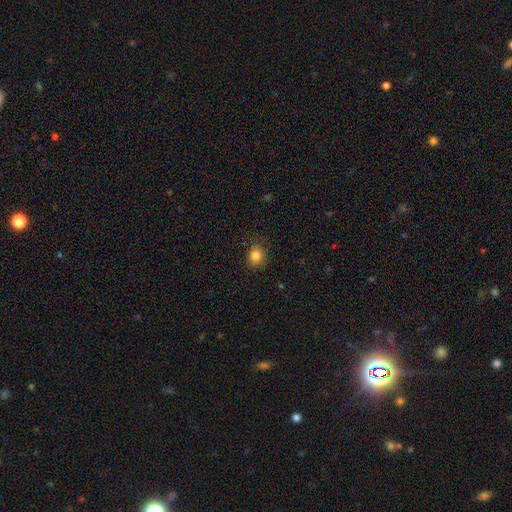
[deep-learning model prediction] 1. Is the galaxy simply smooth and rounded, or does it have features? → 83% smooth, 11% star or artifact, 6% featured or disk.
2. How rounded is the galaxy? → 72% round, 27% in between, 1% cigar-shaped.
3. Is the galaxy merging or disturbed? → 84% none, 12% minor disturbance, 3% major disturbance, 1% merger.